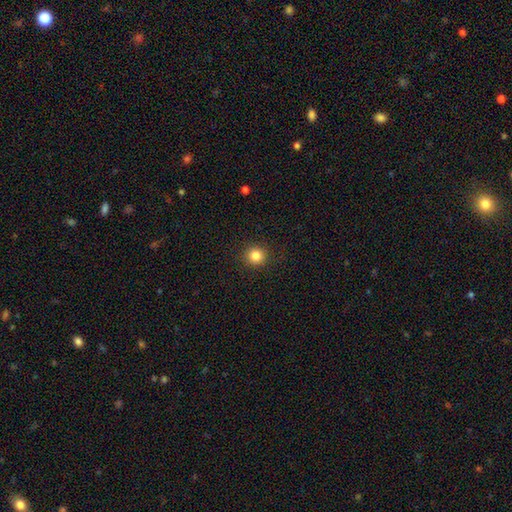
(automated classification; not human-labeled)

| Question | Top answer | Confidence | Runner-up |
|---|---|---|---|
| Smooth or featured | smooth | 84% | star or artifact (11%) |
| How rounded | round | 94% | in between (5%) |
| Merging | none | 92% | minor disturbance (5%) |